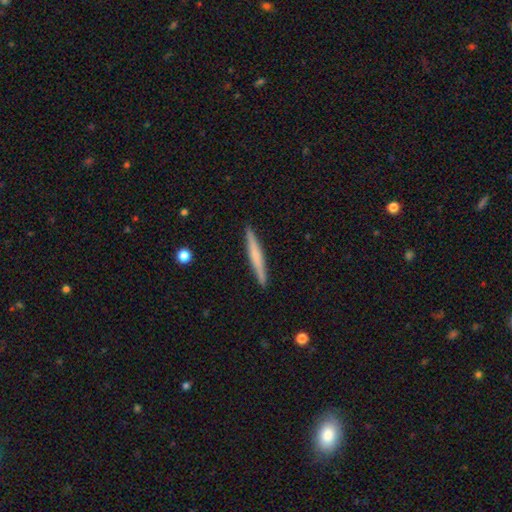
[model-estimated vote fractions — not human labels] Q: Smooth or featured?
A: smooth (52%); runner-up: featured or disk (42%)
Q: How rounded?
A: cigar-shaped (96%); runner-up: in between (3%)
Q: Merging?
A: none (92%); runner-up: minor disturbance (6%)